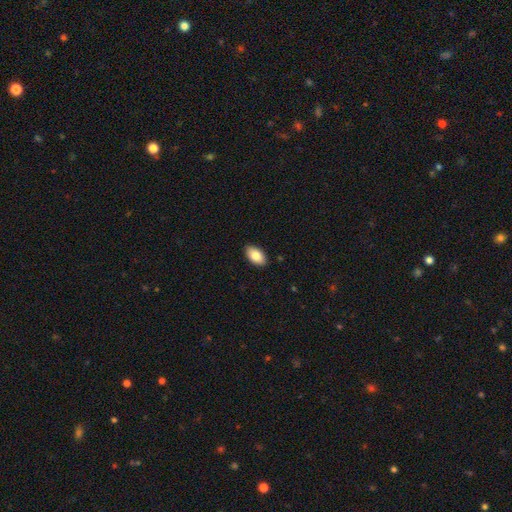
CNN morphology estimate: Overall: smooth (84%). How rounded: in between (95%). Merging: none (90%).